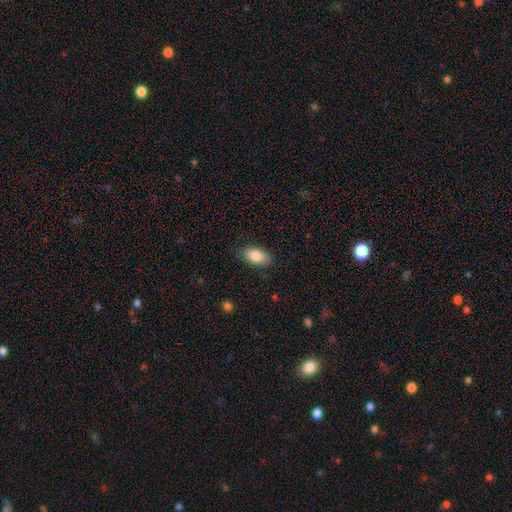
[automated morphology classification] type=smooth (83%); roundness=in between (92%); merging=none (85%).